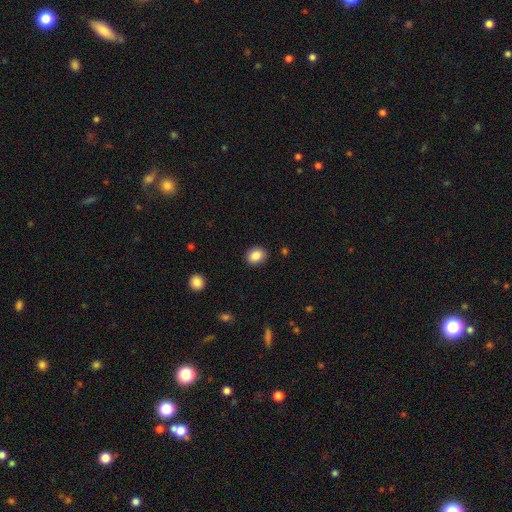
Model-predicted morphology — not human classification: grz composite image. It shows a smooth galaxy with no disk features (87%) that is in between round and cigar-shaped (52%). Merging: none (89%).